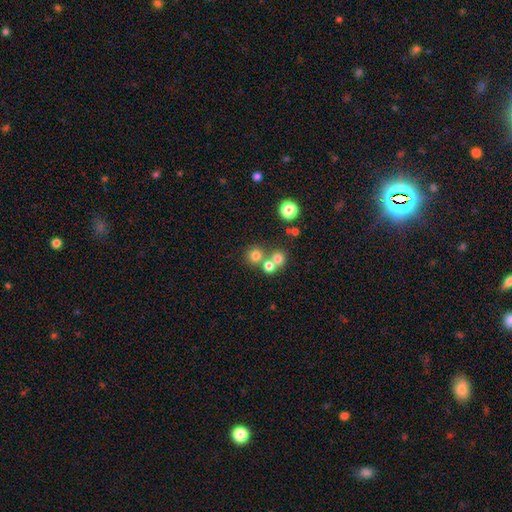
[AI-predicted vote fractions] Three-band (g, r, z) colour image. It shows a smooth galaxy with no disk features (72%) that is round (90%). Merging: none (57%).